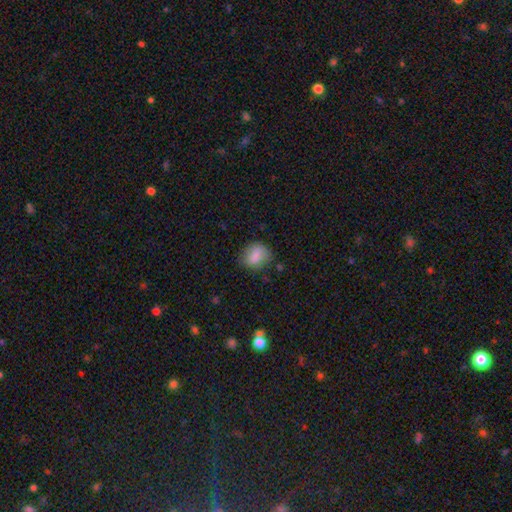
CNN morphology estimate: Smooth or featured: smooth — 79% (featured or disk — 13%)
How rounded: in between — 52% (round — 46%)
Merging: none — 70% (minor disturbance — 22%)